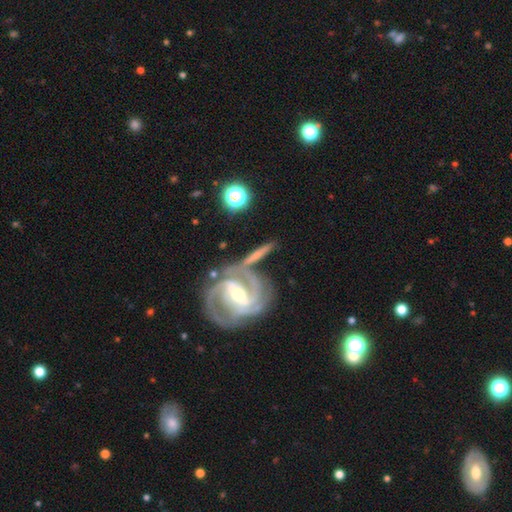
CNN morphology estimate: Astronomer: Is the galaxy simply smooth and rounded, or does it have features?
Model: featured or disk — 73%.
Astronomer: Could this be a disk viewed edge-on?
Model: no — 84%.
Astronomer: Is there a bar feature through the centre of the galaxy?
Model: strong — 45% (runner-up: weak, 35%).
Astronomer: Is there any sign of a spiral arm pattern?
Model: yes — 93%.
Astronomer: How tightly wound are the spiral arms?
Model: tight — 46% (runner-up: medium, 41%).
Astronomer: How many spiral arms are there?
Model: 2 — 48% (runner-up: 3, 25%).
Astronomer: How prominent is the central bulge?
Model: moderate — 53% (runner-up: small, 39%).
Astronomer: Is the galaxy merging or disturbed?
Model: none — 54%.